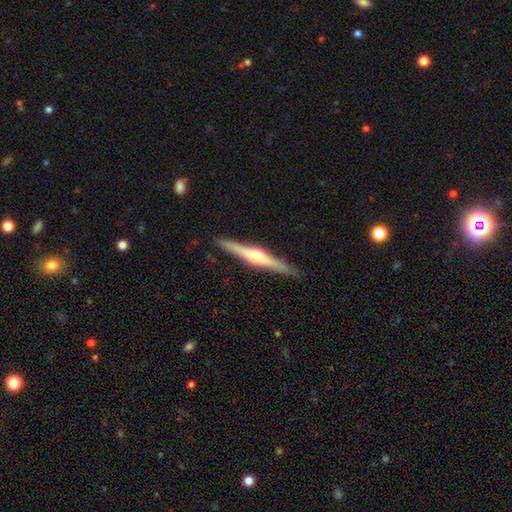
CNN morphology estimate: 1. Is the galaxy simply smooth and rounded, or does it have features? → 76% featured or disk, 19% smooth, 5% star or artifact.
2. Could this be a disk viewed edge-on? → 98% yes, 2% no.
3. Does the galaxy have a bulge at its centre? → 85% rounded, 9% boxy, 6% none.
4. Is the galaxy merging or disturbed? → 90% none, 7% minor disturbance, 1% major disturbance, 1% merger.